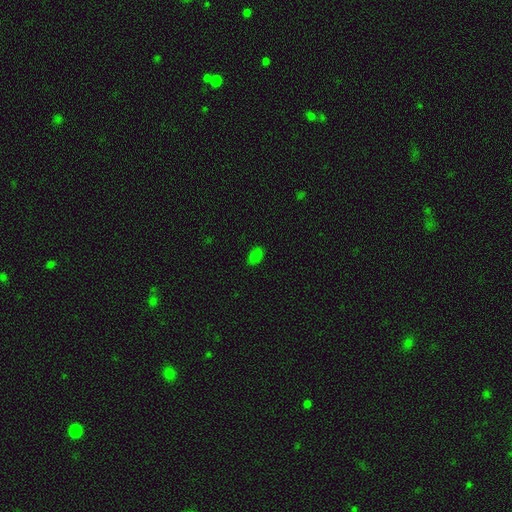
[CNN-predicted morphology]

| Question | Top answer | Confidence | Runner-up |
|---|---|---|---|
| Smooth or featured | smooth | 78% | star or artifact (18%) |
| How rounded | in between | 91% | round (7%) |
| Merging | none | 83% | minor disturbance (13%) |